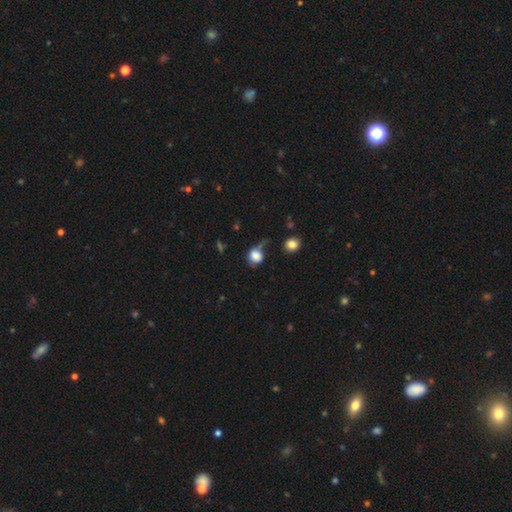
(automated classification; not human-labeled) Morphology: type=smooth (80%); roundness=round (72%); merging=none (42%).